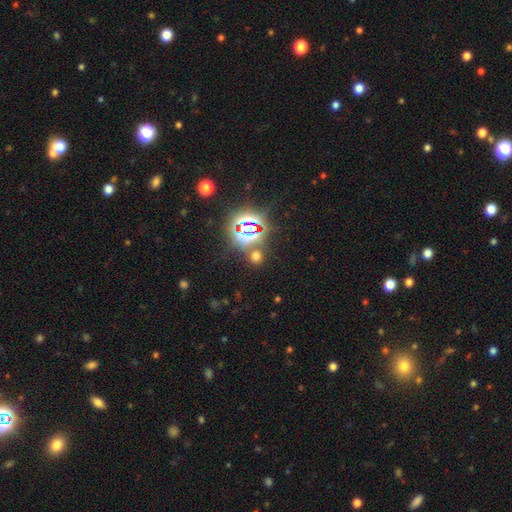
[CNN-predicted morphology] smooth-or-featured: smooth: 48% | star or artifact: 46% | featured or disk: 7%
  merging: none: 78% | merger: 10% | minor disturbance: 8% | major disturbance: 4%